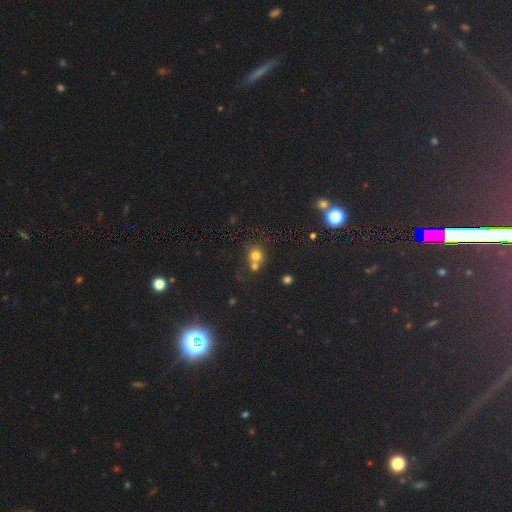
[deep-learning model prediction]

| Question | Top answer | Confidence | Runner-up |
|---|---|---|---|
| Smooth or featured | smooth | 73% | star or artifact (17%) |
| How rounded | round | 86% | in between (13%) |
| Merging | none | 47% | merger (42%) |